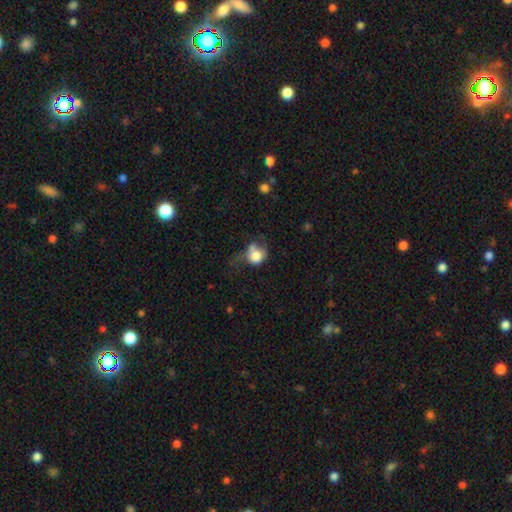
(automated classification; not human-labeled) Smooth or featured? Predicted: smooth (p=0.73). How rounded? Predicted: round (p=0.65). Merging? Predicted: major disturbance (p=0.31).